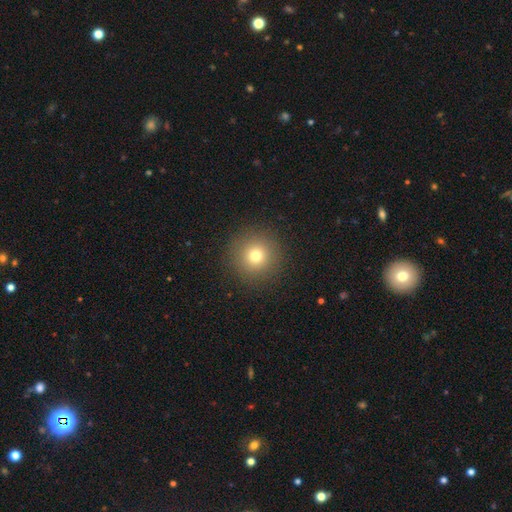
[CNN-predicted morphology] A smooth galaxy with no disk features (75%) that is round (96%).

Vote fractions:
- Smooth or featured? smooth: 75% / star or artifact: 15% / featured or disk: 10%
- How rounded? round: 96% / in between: 4% / cigar-shaped: 1%
- Merging? none: 91% / minor disturbance: 5% / major disturbance: 3% / merger: 1%